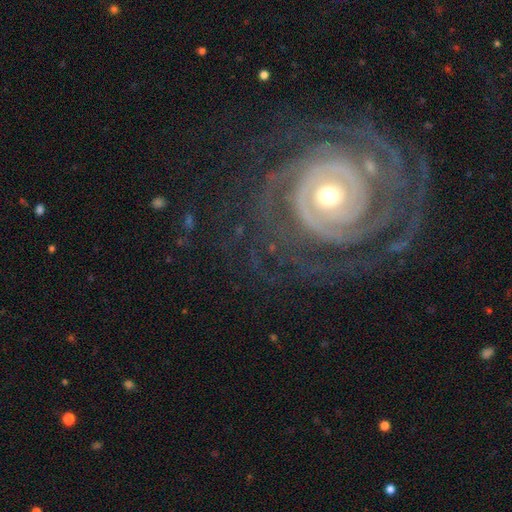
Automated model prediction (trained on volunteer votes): Q: Smooth or featured?
A: featured or disk (89%); runner-up: star or artifact (7%)
Q: Edge-on disk?
A: no (97%); runner-up: yes (3%)
Q: Bar?
A: no (60%); runner-up: weak (22%)
Q: Spiral arms?
A: yes (97%); runner-up: no (3%)
Q: Spiral winding?
A: tight (82%); runner-up: medium (15%)
Q: Spiral arm count?
A: 2 (25%); runner-up: can't tell (24%)
Q: Bulge size?
A: moderate (56%); runner-up: small (37%)
Q: Merging?
A: none (74%); runner-up: minor disturbance (13%)